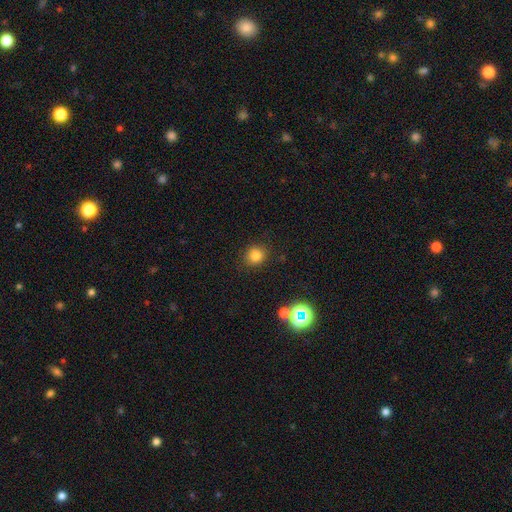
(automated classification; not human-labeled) The model was most divided on "how rounded": round: 82%, in between: 17%, cigar-shaped: 1%. More confident: merging — none (86%); smooth or featured — smooth (80%).